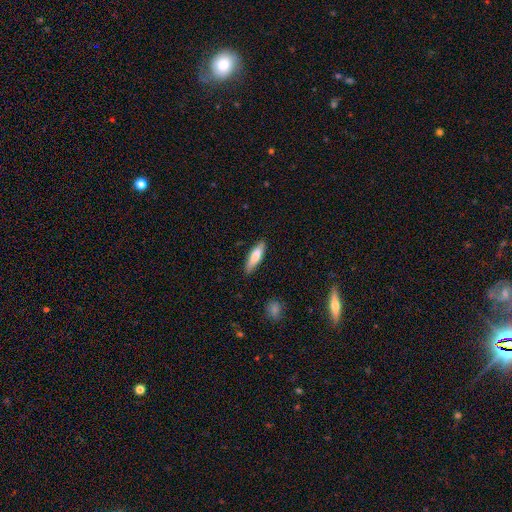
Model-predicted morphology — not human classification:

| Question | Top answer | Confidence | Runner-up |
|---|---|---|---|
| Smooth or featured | smooth | 78% | featured or disk (16%) |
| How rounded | cigar-shaped | 62% | in between (36%) |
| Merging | none | 86% | minor disturbance (11%) |